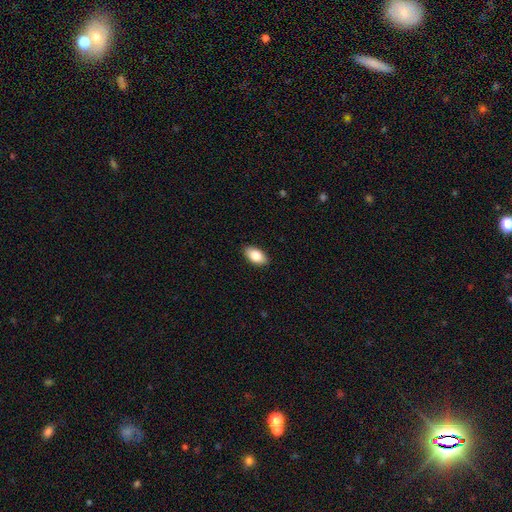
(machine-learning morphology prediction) This is clearly a smooth galaxy (84%). How rounded: clearly in between (93%). Merging: clearly none (89%).